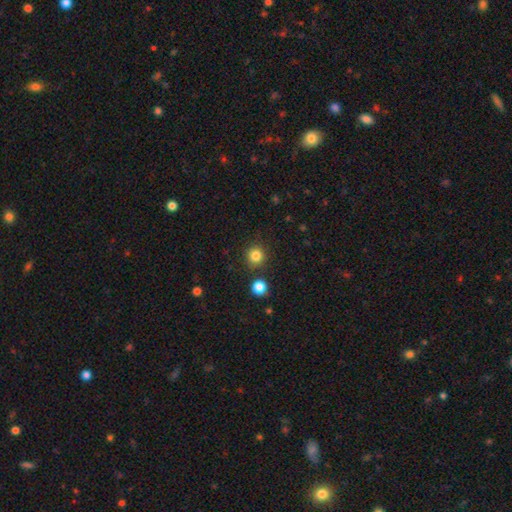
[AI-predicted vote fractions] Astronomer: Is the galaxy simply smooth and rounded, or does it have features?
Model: smooth — 83%.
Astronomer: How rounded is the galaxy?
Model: round — 93%.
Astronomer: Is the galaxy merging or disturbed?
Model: none — 88%.